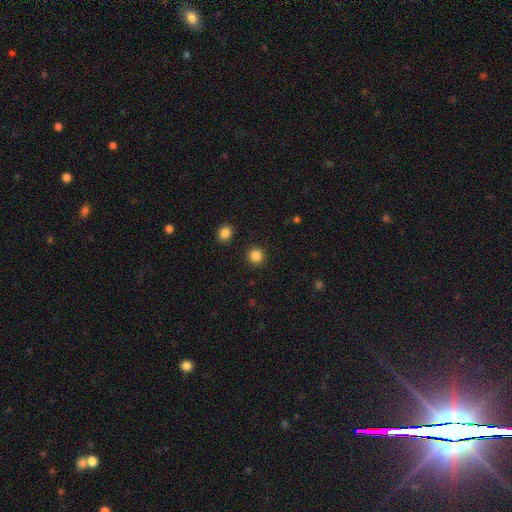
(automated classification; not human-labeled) Smooth or featured: smooth — 86% (star or artifact — 11%)
How rounded: round — 94% (in between — 5%)
Merging: none — 92% (minor disturbance — 4%)